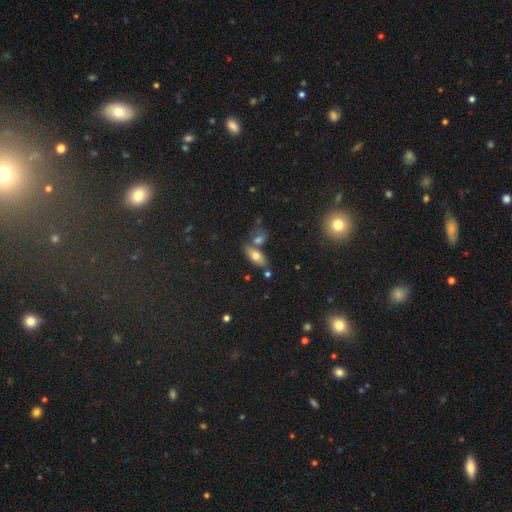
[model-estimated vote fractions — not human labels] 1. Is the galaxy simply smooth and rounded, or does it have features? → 71% smooth, 19% featured or disk, 10% star or artifact.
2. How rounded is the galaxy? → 82% in between, 14% cigar-shaped, 4% round.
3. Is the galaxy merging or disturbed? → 62% none, 21% merger, 12% minor disturbance, 4% major disturbance.